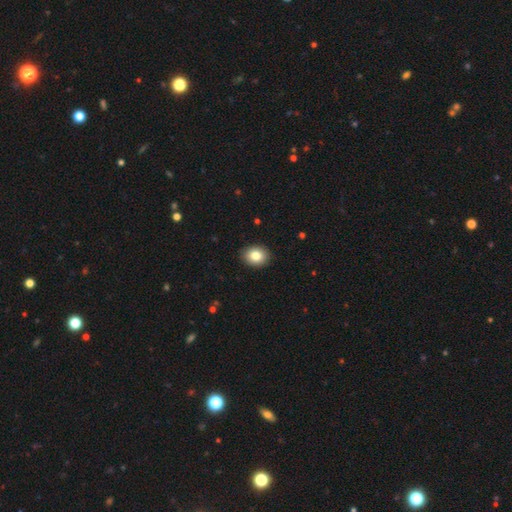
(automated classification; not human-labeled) smooth_or_featured: smooth (p=0.83) [alt: star or artifact p=0.09]
how_rounded: in between (p=0.51) [alt: round p=0.48]
merging: none (p=0.91) [alt: minor disturbance p=0.07]